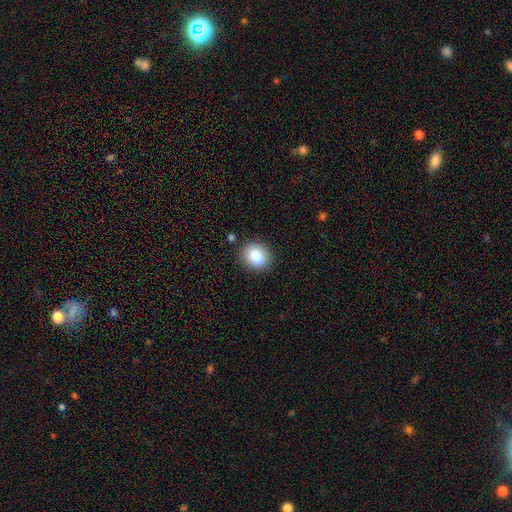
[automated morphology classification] smooth-or-featured: smooth: 85% | star or artifact: 9% | featured or disk: 6%
  how-rounded: round: 71% | in between: 28% | cigar-shaped: 1%
  merging: none: 87% | minor disturbance: 9% | major disturbance: 2% | merger: 2%